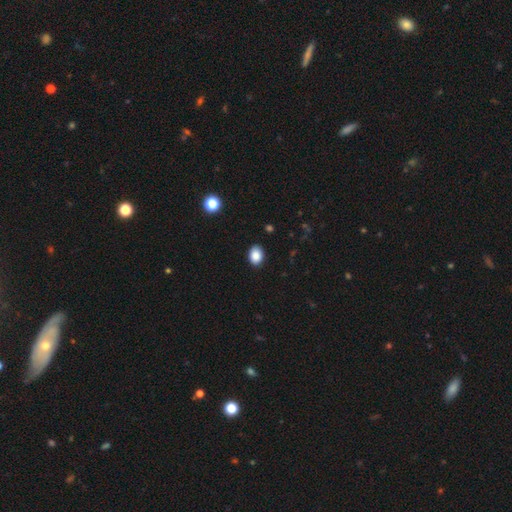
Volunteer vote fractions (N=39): smooth-or-featured: smooth: 95% | star or artifact: 5% | featured or disk: 0%
  how-rounded: in between: 81% | round: 19% | cigar-shaped: 0%
  merging: none: 84% | minor disturbance: 11% | major disturbance: 5% | merger: 0%